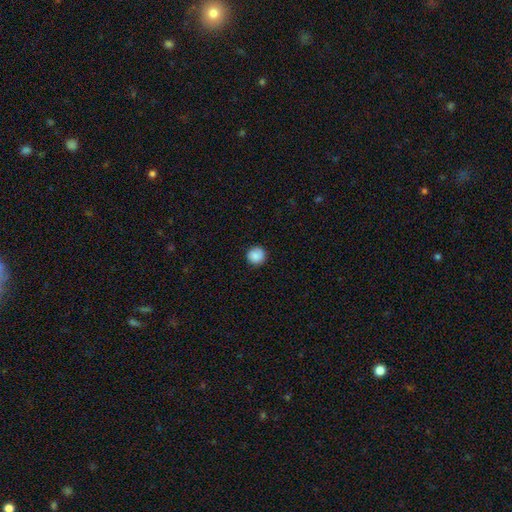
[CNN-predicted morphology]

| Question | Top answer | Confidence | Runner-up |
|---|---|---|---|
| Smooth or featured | smooth | 87% | star or artifact (9%) |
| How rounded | round | 94% | in between (5%) |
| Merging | none | 89% | minor disturbance (8%) |